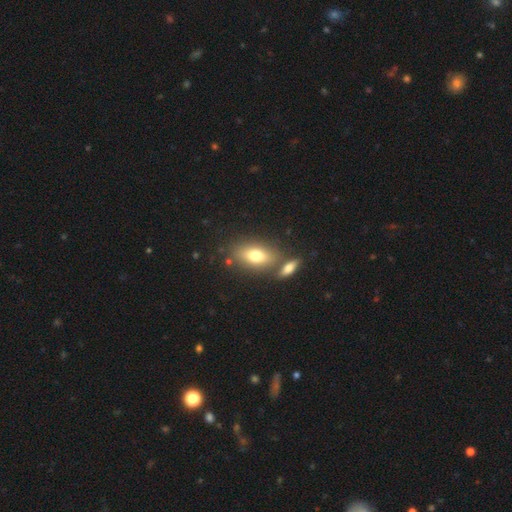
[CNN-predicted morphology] Smooth or featured? Predicted: smooth (p=0.72). How rounded? Predicted: in between (p=0.83). Merging? Predicted: none (p=0.66).